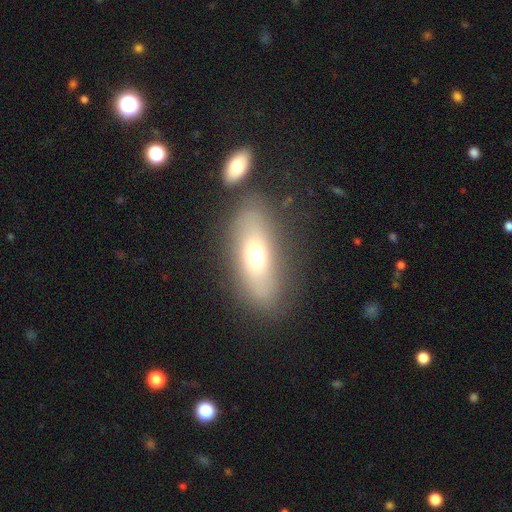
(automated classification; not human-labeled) Smooth or featured? Predicted: smooth (p=0.60). How rounded? Predicted: in between (p=0.73). Merging? Predicted: none (p=0.71).